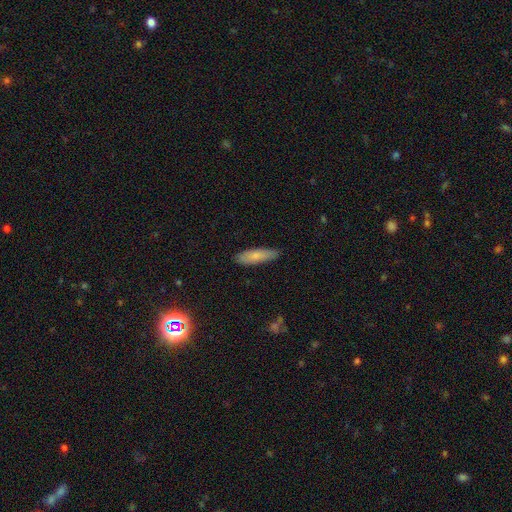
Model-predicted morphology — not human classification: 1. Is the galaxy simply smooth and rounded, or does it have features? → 79% smooth, 15% featured or disk, 6% star or artifact.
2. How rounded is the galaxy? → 61% cigar-shaped, 38% in between, 2% round.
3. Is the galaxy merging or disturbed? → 85% none, 12% minor disturbance, 2% major disturbance, 1% merger.